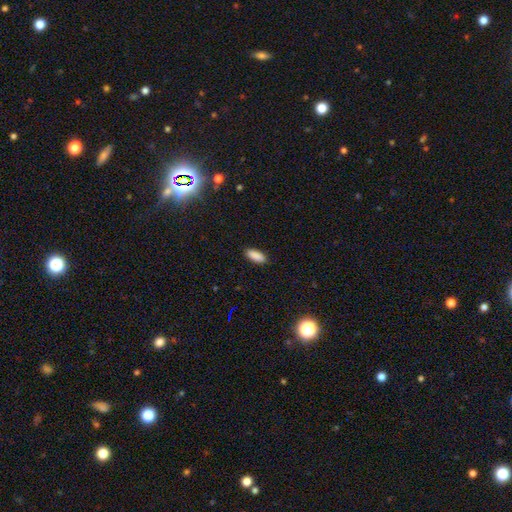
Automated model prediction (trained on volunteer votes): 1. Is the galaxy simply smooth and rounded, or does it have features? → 89% smooth, 7% star or artifact, 4% featured or disk.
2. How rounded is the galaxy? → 81% in between, 17% cigar-shaped, 2% round.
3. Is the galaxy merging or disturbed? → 89% none, 8% minor disturbance, 2% major disturbance, 1% merger.